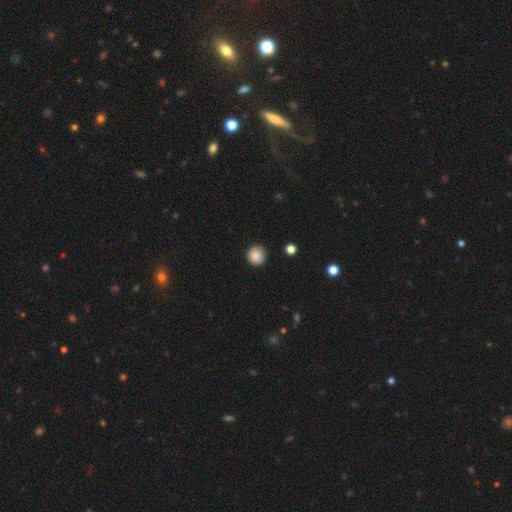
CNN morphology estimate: A smooth galaxy with no disk features (86%) that is round (93%).

Vote fractions:
- Smooth or featured? smooth: 86% / star or artifact: 9% / featured or disk: 6%
- How rounded? round: 93% / in between: 6% / cigar-shaped: 1%
- Merging? none: 90% / minor disturbance: 7% / major disturbance: 2% / merger: 1%